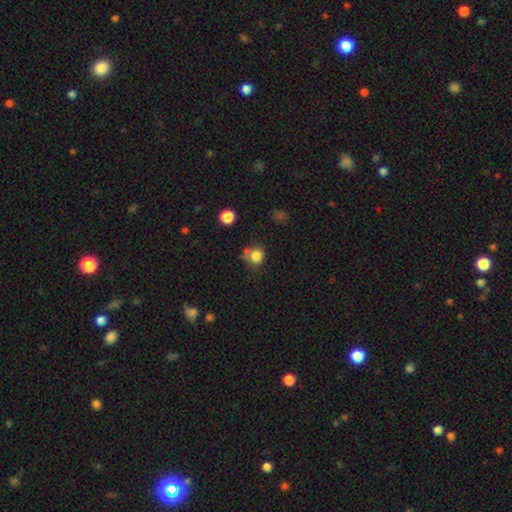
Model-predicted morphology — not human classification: smooth 81%, star or artifact 13%, featured or disk 7%. Down the decision tree: how rounded — round (83%); merging — none (60%).